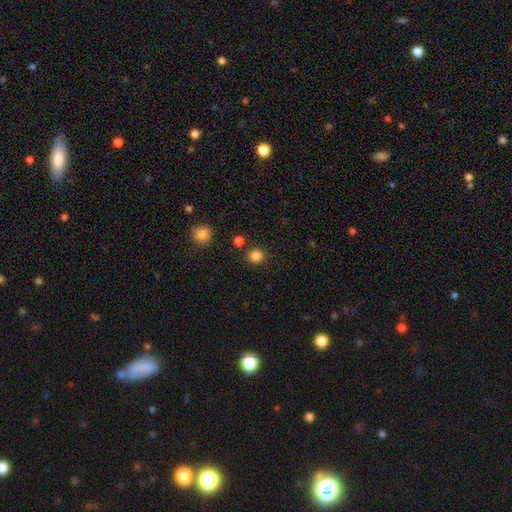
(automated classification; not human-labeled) Overall: smooth (85%). How rounded: round (91%). Merging: none (87%).